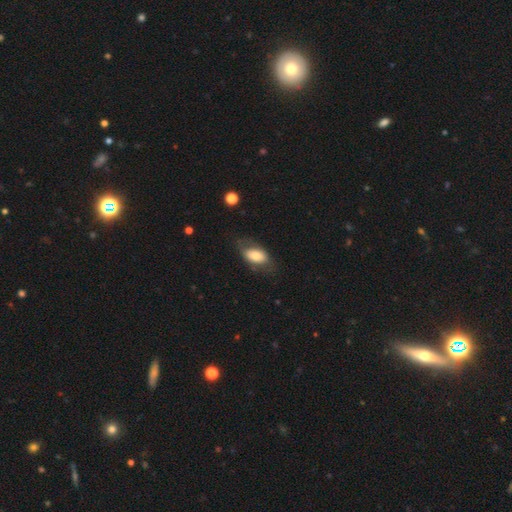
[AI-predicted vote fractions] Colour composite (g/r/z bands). It shows a smooth galaxy with no disk features (68%) that is in between round and cigar-shaped (90%). Merging: none (64%).